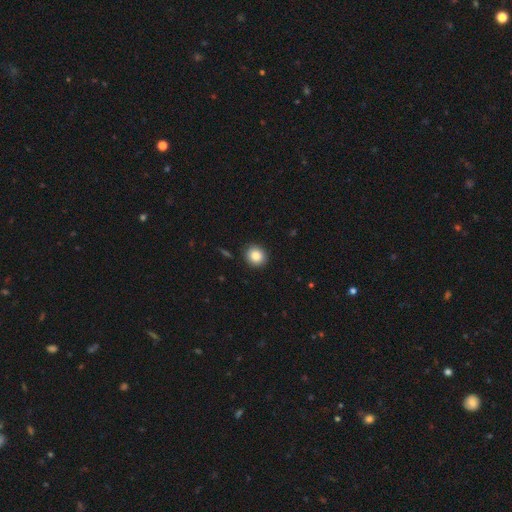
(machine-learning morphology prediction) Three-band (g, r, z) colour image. It shows a smooth galaxy with no disk features (86%) that is round (81%). Merging: none (91%).